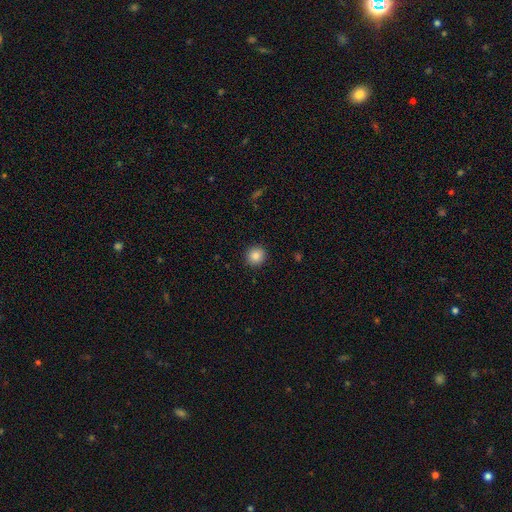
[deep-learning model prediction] This is clearly a smooth galaxy (85%). How rounded: clearly round (92%). Merging: clearly none (92%).